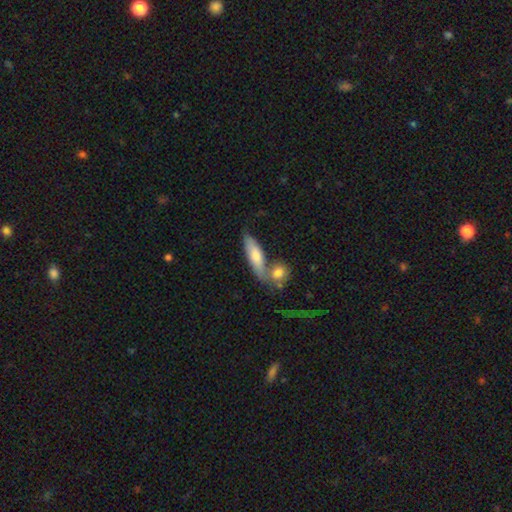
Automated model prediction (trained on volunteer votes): This is likely a smooth galaxy (69%). How rounded: possibly cigar-shaped (51%). Merging: possibly none (48%).